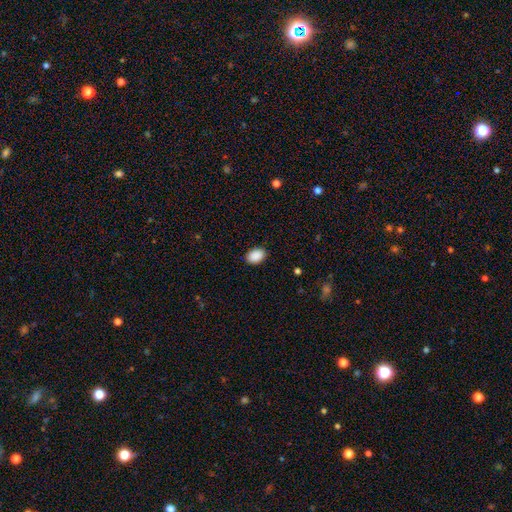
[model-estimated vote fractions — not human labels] This is clearly a smooth galaxy (90%). How rounded: likely in between (80%). Merging: clearly none (88%).